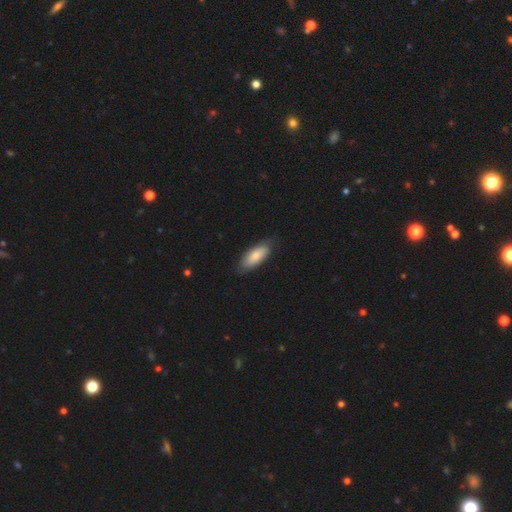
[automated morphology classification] A smooth galaxy with no disk features (76%) that is in between round and cigar-shaped (80%). Merging: none (76%).